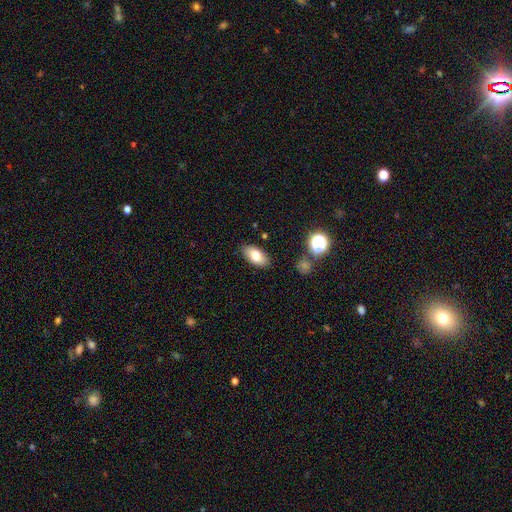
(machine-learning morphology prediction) Q: Smooth or featured?
A: smooth (78%); runner-up: featured or disk (14%)
Q: How rounded?
A: in between (92%); runner-up: round (4%)
Q: Merging?
A: none (85%); runner-up: minor disturbance (10%)